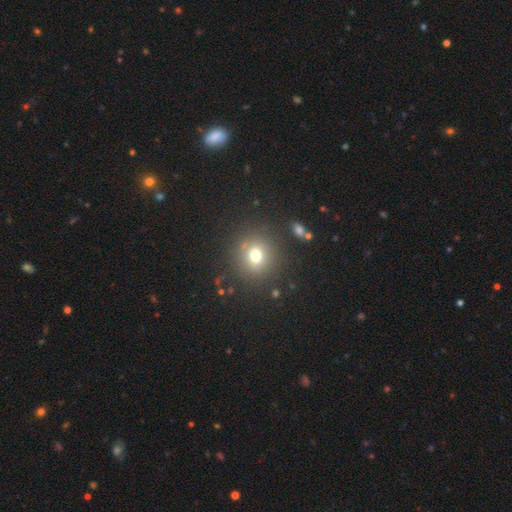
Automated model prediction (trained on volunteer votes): The model was most divided on "smooth or featured": smooth: 72%, star or artifact: 17%, featured or disk: 11%. More confident: how rounded — round (88%); merging — none (85%).